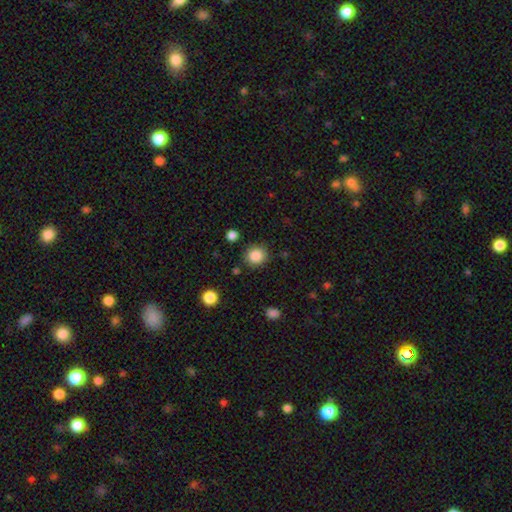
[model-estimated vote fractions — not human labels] Morphology: type=smooth (87%); roundness=round (88%); merging=none (86%).